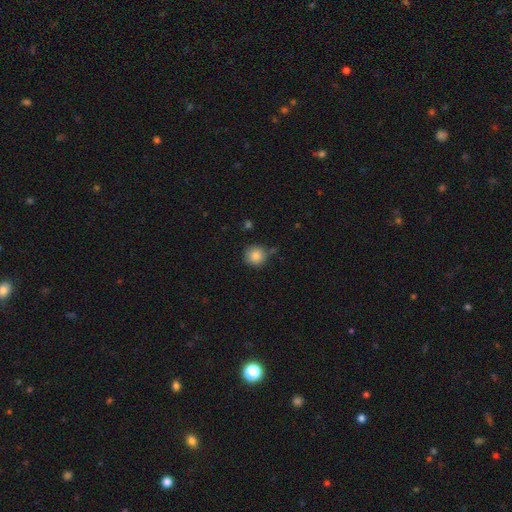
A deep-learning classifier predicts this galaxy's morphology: Smooth or featured?
  - smooth: 84% *
  - star or artifact: 10%
  - featured or disk: 6%
How rounded?
  - round: 94% *
  - in between: 6%
  - cigar-shaped: 1%
Merging?
  - none: 75% *
  - minor disturbance: 16%
  - merger: 6%
  - major disturbance: 4%